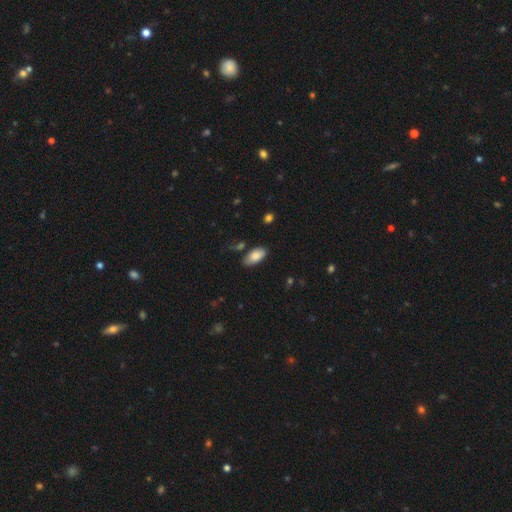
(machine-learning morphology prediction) This appears to be a smooth galaxy with no disk features (84%) that is in between round and cigar-shaped (93%). Merging: none (74%).